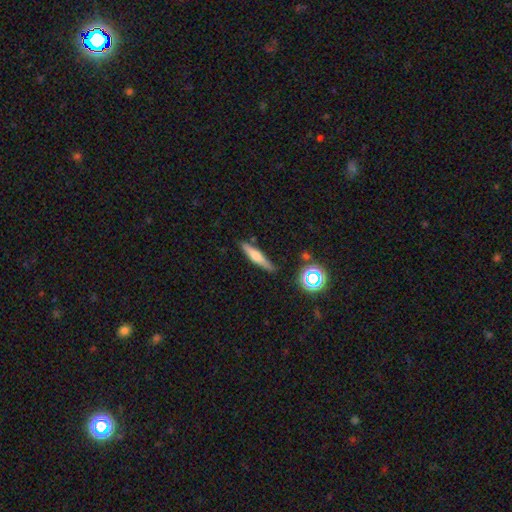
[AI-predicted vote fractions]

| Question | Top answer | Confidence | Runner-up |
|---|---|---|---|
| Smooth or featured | smooth | 48% | featured or disk (43%) |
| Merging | none | 86% | minor disturbance (10%) |